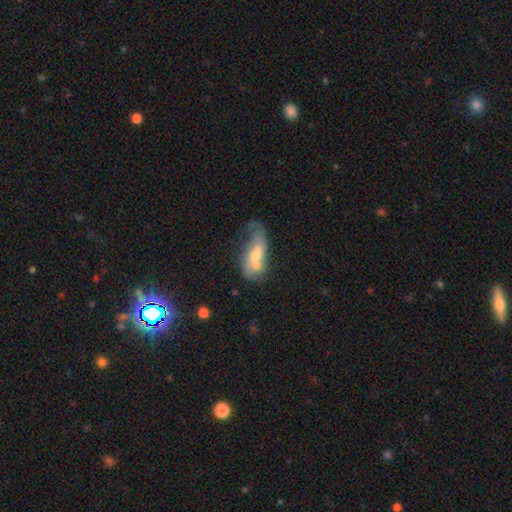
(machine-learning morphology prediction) smooth-or-featured: featured or disk: 46% | smooth: 45% | star or artifact: 9%
  merging: merger: 36% | none: 23% | major disturbance: 21% | minor disturbance: 19%